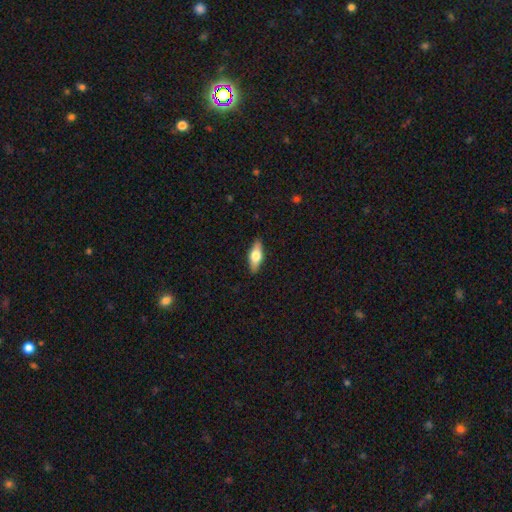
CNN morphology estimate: Q: Smooth or featured?
A: smooth (52%); runner-up: featured or disk (42%)
Q: How rounded?
A: in between (70%); runner-up: cigar-shaped (27%)
Q: Merging?
A: none (88%); runner-up: minor disturbance (9%)